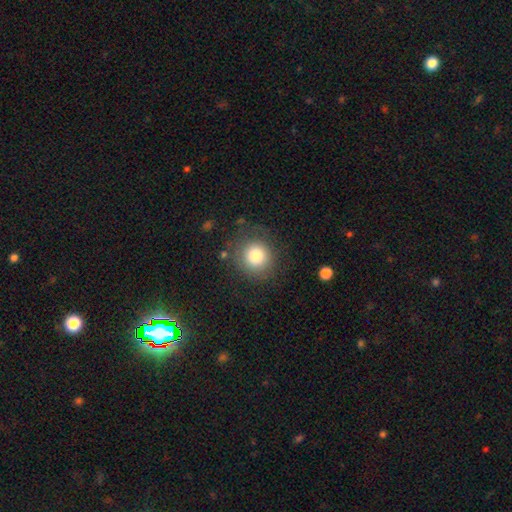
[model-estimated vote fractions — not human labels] Smooth or featured: smooth — 80% (star or artifact — 10%)
How rounded: round — 90% (in between — 9%)
Merging: none — 79% (minor disturbance — 12%)